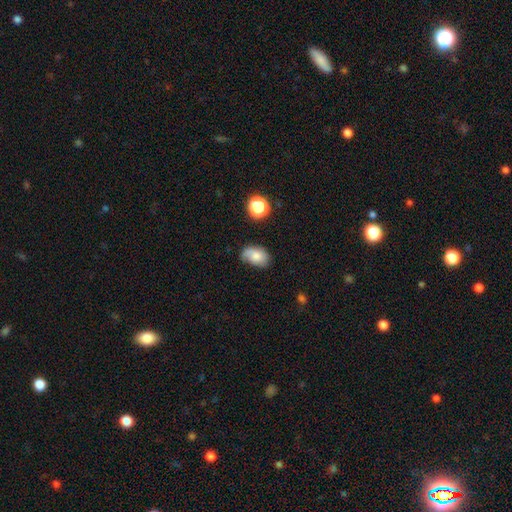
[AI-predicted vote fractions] This is likely a smooth galaxy (71%). How rounded: clearly in between (84%). Merging: possibly none (55%).